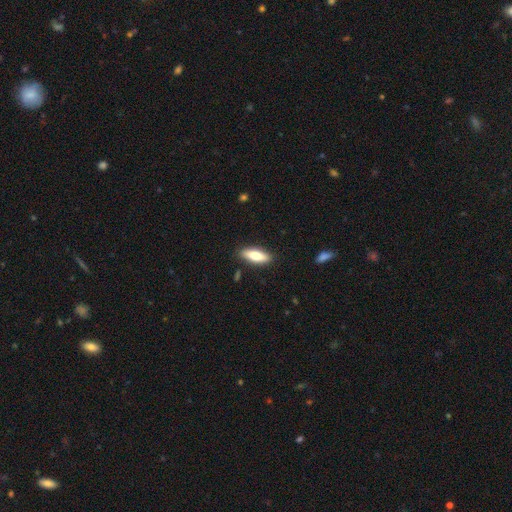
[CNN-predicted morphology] Smooth or featured? Predicted: smooth (p=0.73). How rounded? Predicted: in between (p=0.67). Merging? Predicted: none (p=0.88).